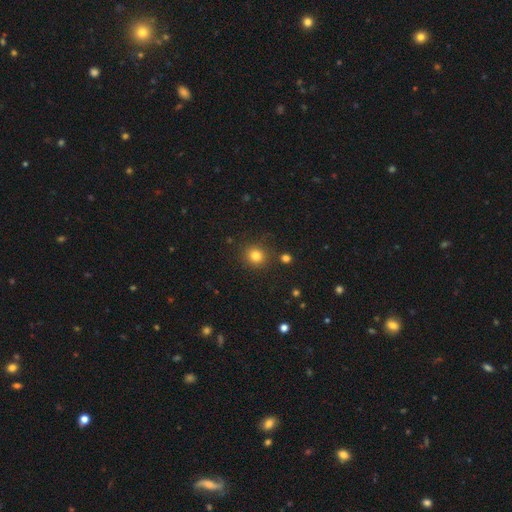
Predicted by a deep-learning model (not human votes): Smooth or featured? Predicted: smooth (p=0.82). How rounded? Predicted: round (p=0.87). Merging? Predicted: none (p=0.85).